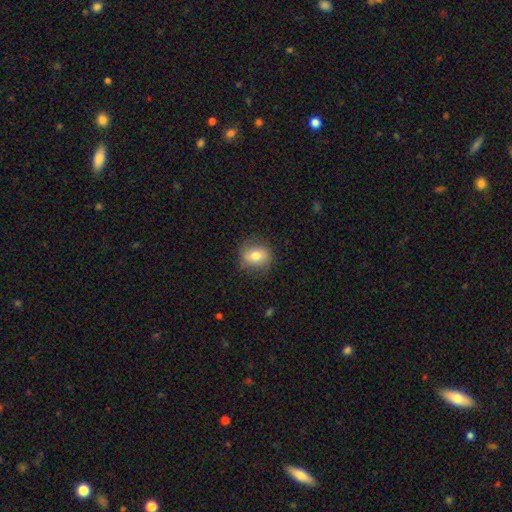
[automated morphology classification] Smooth or featured? Predicted: smooth (p=0.69). How rounded? Predicted: round (p=0.64). Merging? Predicted: none (p=0.78).